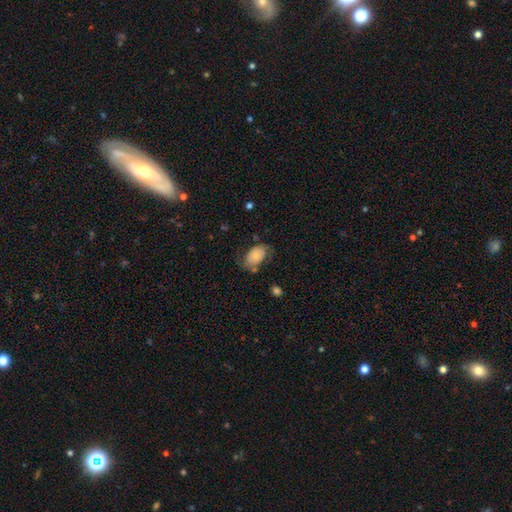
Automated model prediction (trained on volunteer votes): The model was most divided on "merging": none: 52%, minor disturbance: 29%, major disturbance: 14%, merger: 4%. More confident: how rounded — in between (89%); smooth or featured — smooth (70%).